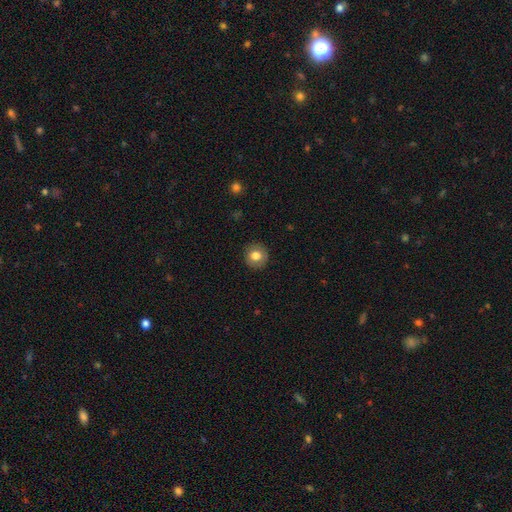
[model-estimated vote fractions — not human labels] The model was most divided on "smooth or featured": smooth: 80%, featured or disk: 11%, star or artifact: 9%. More confident: how rounded — round (92%); merging — none (90%).